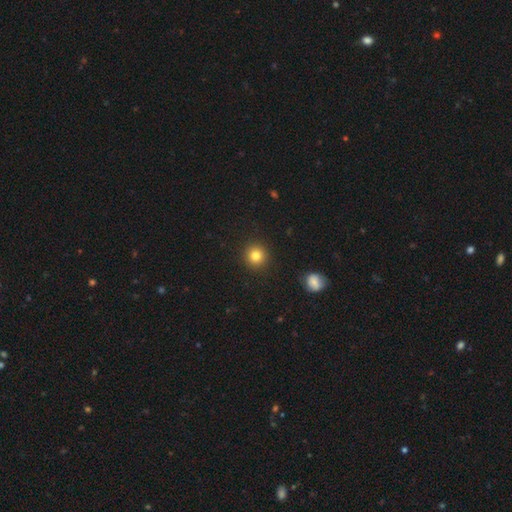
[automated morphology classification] Overall: smooth (82%). How rounded: round (94%). Merging: none (92%).